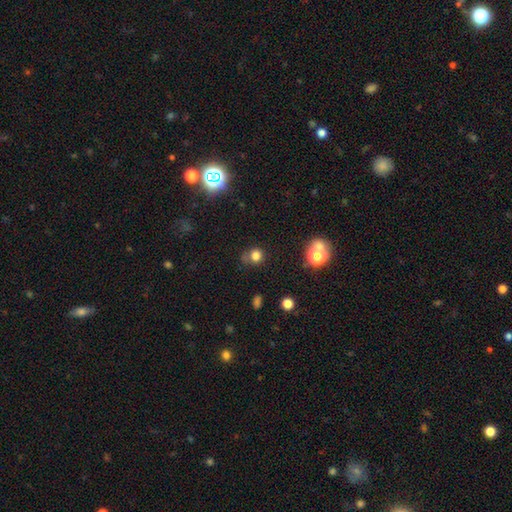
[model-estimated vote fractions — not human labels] The model was most divided on "merging": none: 64%, minor disturbance: 20%, major disturbance: 8%, merger: 8%. More confident: how rounded — round (84%); smooth or featured — smooth (77%).